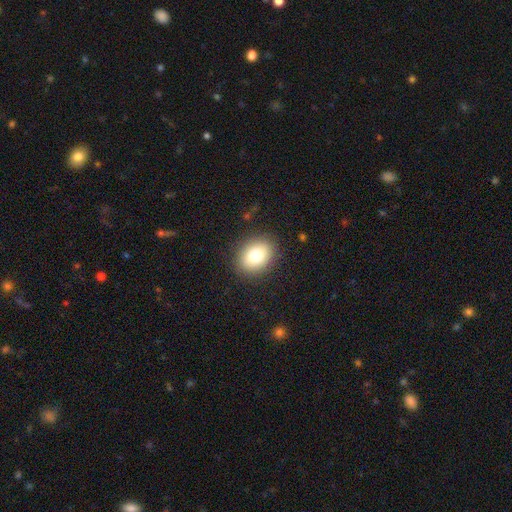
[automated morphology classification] Overall: smooth (80%). How rounded: in between (63%; round 36%). Merging: none (87%).